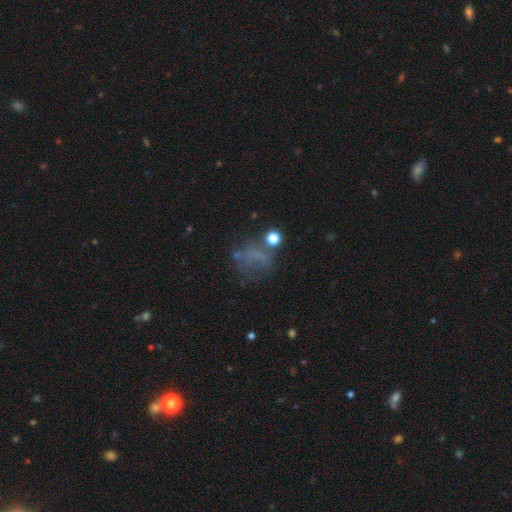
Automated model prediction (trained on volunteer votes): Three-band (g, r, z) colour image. It shows a smooth galaxy with no disk features (42%). Merging: none (42%).